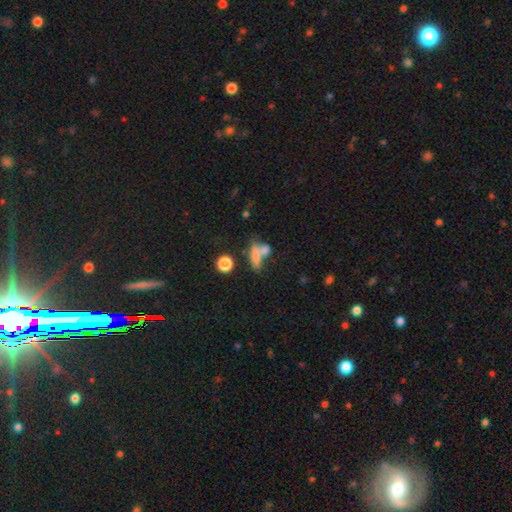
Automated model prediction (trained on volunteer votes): A smooth galaxy with no disk features (65%) that is in between round and cigar-shaped (45%).

Vote fractions:
- Smooth or featured? smooth: 65% / featured or disk: 21% / star or artifact: 13%
- How rounded? in between: 45% / cigar-shaped: 41% / round: 14%
- Merging? merger: 44% / none: 35% / minor disturbance: 12% / major disturbance: 9%